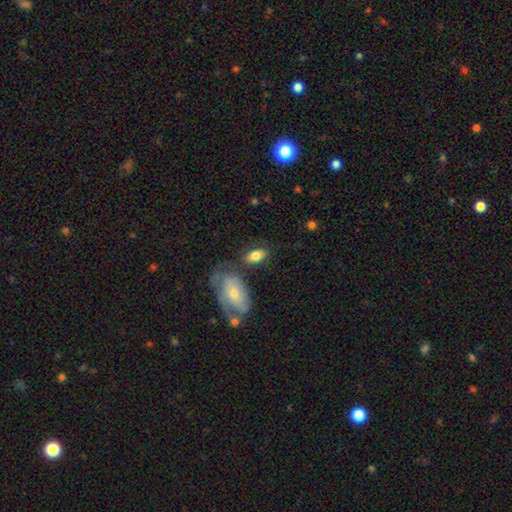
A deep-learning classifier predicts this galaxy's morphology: Smooth or featured? Predicted: smooth (p=0.77). How rounded? Predicted: in between (p=0.91). Merging? Predicted: none (p=0.64).